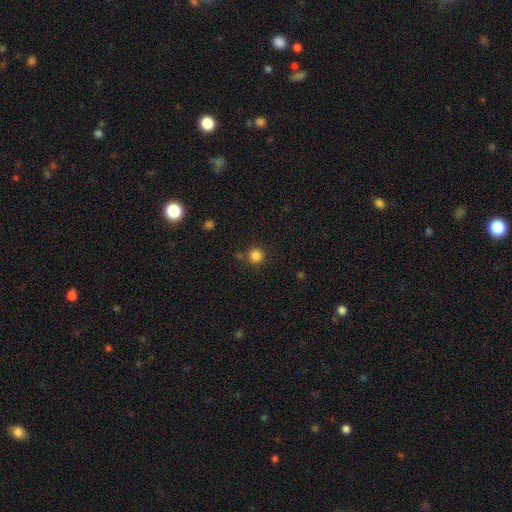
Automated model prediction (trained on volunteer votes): Q: Smooth or featured?
A: smooth (84%); runner-up: star or artifact (12%)
Q: How rounded?
A: round (94%); runner-up: in between (5%)
Q: Merging?
A: none (82%); runner-up: minor disturbance (9%)